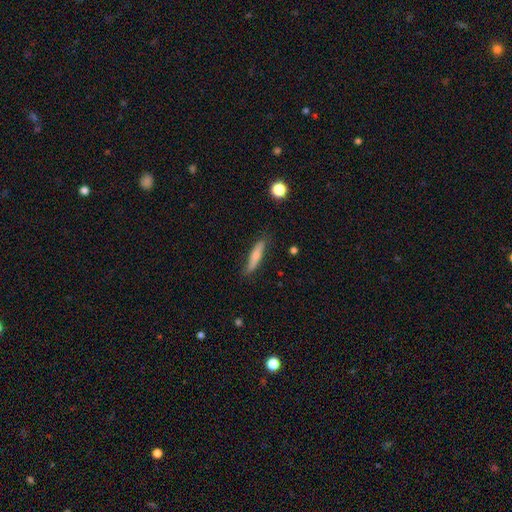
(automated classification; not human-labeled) This appears to be a smooth galaxy with no disk features (68%) that is cigar-shaped (84%). Merging: none (80%).